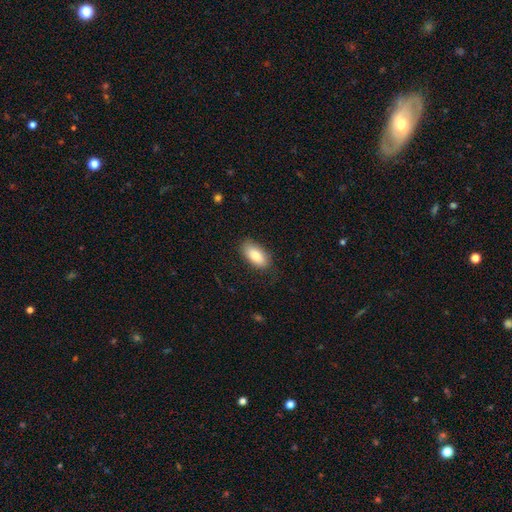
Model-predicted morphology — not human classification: A smooth galaxy with no disk features (82%) that is in between round and cigar-shaped (91%). Merging: none (81%).